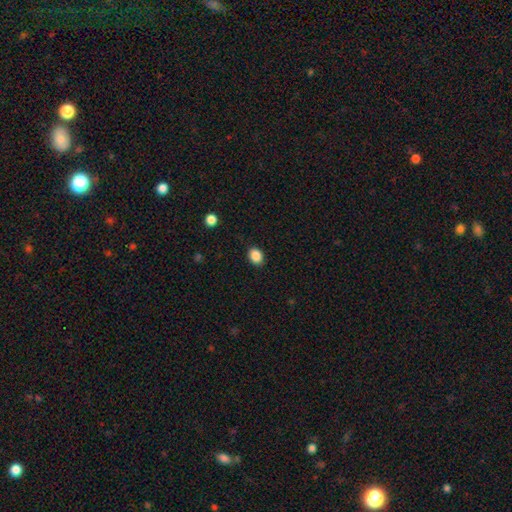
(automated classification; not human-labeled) The model was most divided on "how rounded": in between: 55%, round: 44%, cigar-shaped: 1%. More confident: smooth or featured — smooth (88%); merging — none (88%).